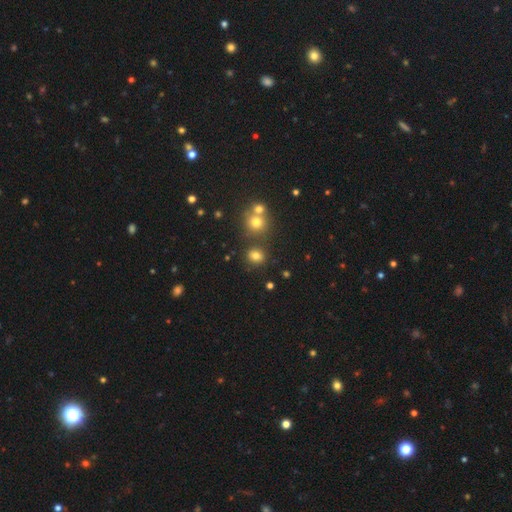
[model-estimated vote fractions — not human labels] Smooth or featured?
  - smooth: 73% *
  - star or artifact: 19%
  - featured or disk: 8%
How rounded?
  - round: 82% *
  - in between: 17%
  - cigar-shaped: 1%
Merging?
  - none: 77% *
  - merger: 11%
  - minor disturbance: 9%
  - major disturbance: 3%